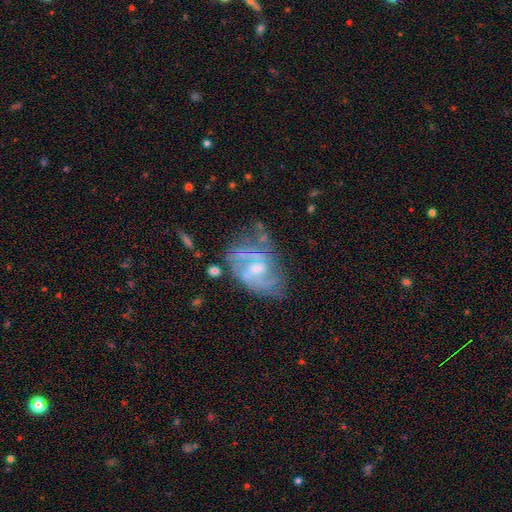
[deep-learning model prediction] This is likely a featured or disk galaxy (76%). It is clearly not viewed edge-on (97%). Bar: possibly no (50%). Spiral arm pattern: clearly yes (85%). Spiral arm count: marginally 2 (36%). Spiral winding: marginally medium (43%). Central bulge: possibly small (49%). Merging: possibly none (56%).